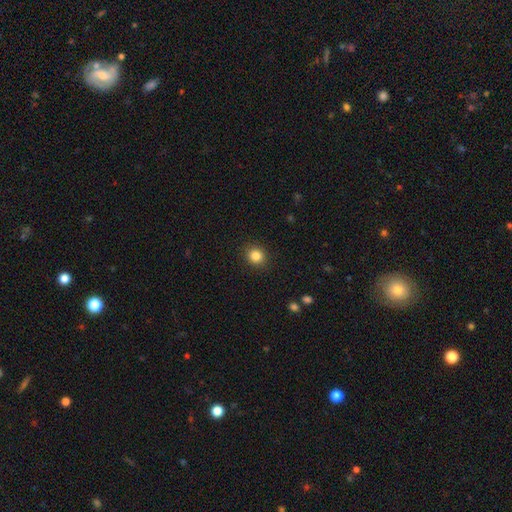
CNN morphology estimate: smooth_or_featured: smooth (p=0.84) [alt: star or artifact p=0.11]
how_rounded: round (p=0.85) [alt: in between p=0.14]
merging: none (p=0.91) [alt: minor disturbance p=0.06]